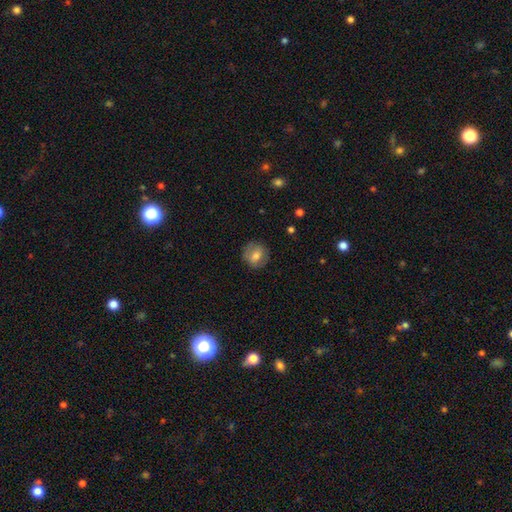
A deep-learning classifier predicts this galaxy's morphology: This is likely a smooth galaxy (68%). How rounded: clearly round (83%). Merging: clearly none (83%).